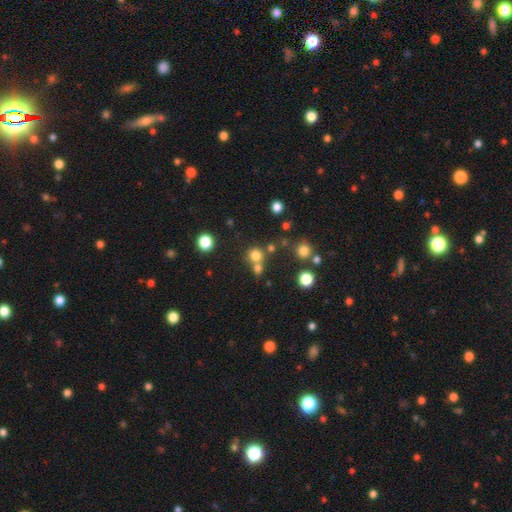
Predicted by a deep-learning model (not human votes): This appears to be a smooth galaxy with no disk features (74%) that is round (90%). Merging: none (58%).